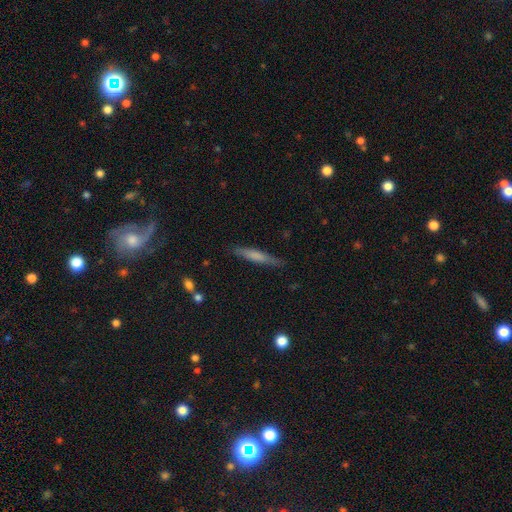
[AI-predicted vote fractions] A smooth galaxy with no disk features (65%) that is cigar-shaped (91%).

Vote fractions:
- Smooth or featured? smooth: 65% / featured or disk: 29% / star or artifact: 6%
- How rounded? cigar-shaped: 91% / in between: 8% / round: 2%
- Merging? none: 83% / minor disturbance: 13% / major disturbance: 3% / merger: 2%